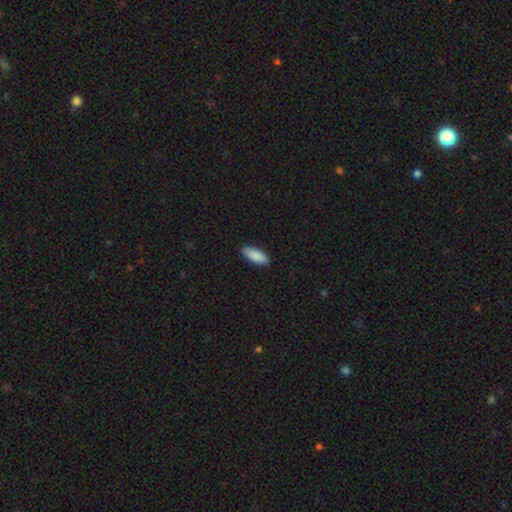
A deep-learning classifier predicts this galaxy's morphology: type=smooth (90%); roundness=in between (75%); merging=none (89%).